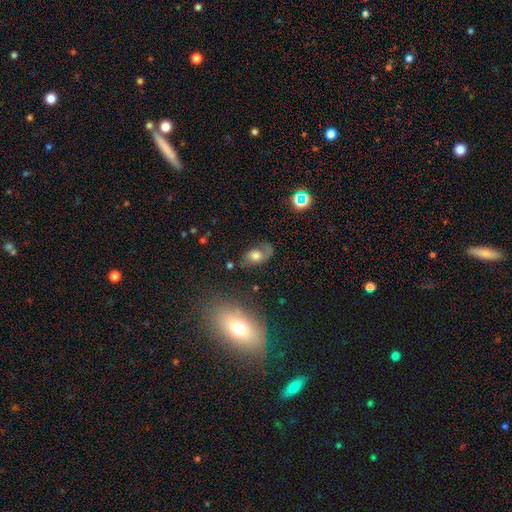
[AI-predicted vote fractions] Morphology: type=smooth (51%); roundness=in between (83%); merging=none (53%).